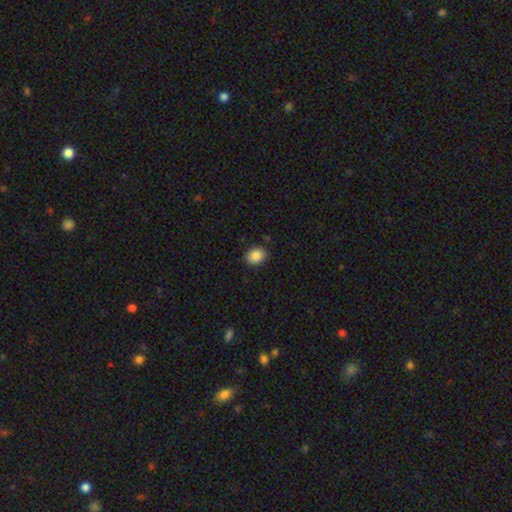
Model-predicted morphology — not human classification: This appears to be a smooth galaxy with no disk features (87%) that is round (54%). Merging: none (87%).